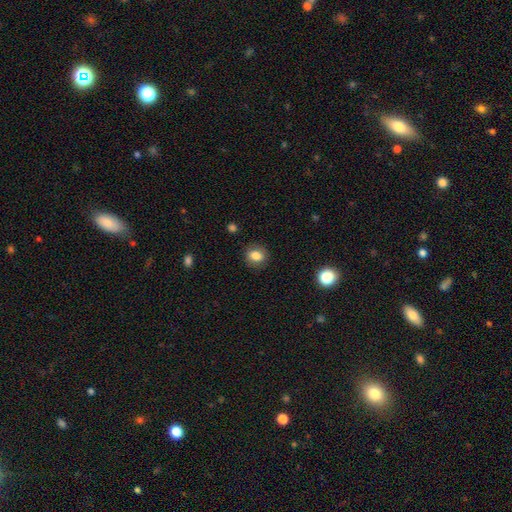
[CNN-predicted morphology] Smooth or featured? smooth (83%)
How rounded? round (54%)
Merging? none (86%)